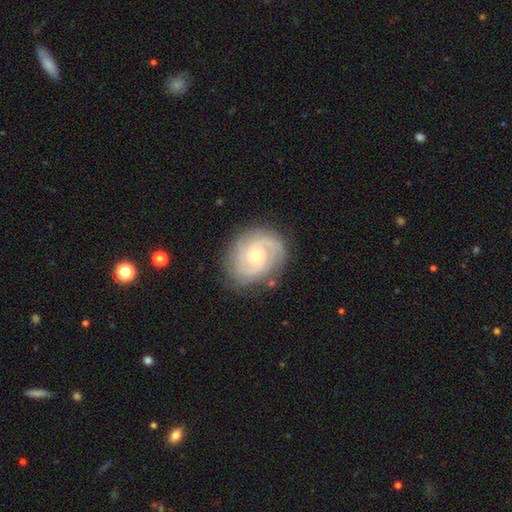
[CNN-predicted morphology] This appears to be a featured or disk galaxy (87%) with no bar (71%), 3 (34%) tight (67%) spiral arms (98%) and a small central bulge (63%). Merging: none (81%).